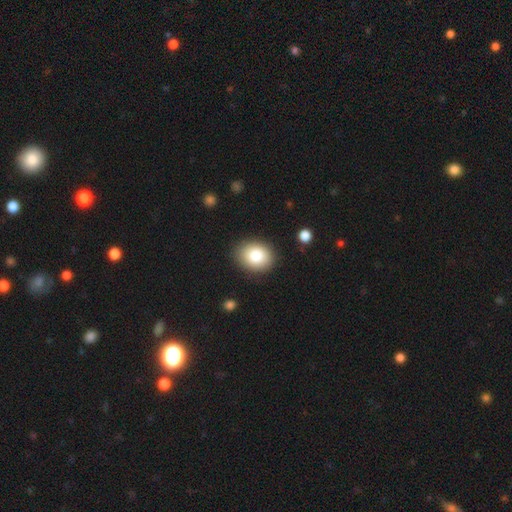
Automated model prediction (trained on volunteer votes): A smooth galaxy with no disk features (84%) that is in between round and cigar-shaped (52%). Merging: none (88%).